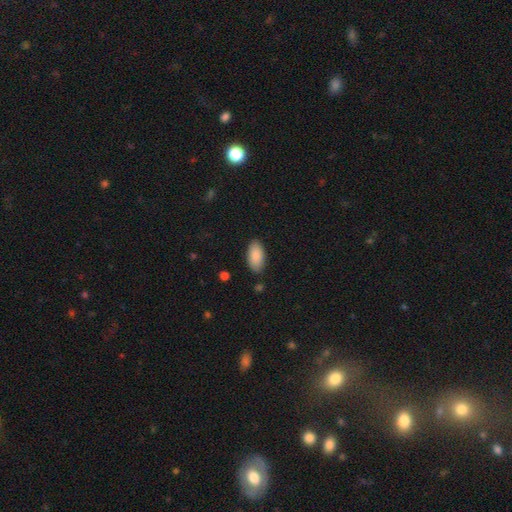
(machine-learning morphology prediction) smooth 88%, featured or disk 6%, star or artifact 6%. Down the decision tree: how rounded — in between (93%); merging — none (86%).